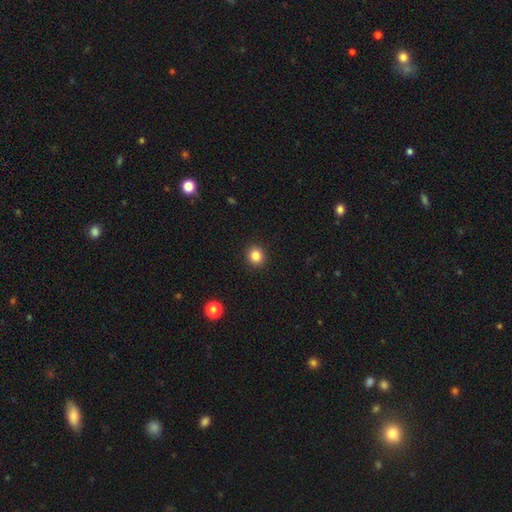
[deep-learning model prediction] Morphology: type=smooth (85%); roundness=round (85%); merging=none (92%).